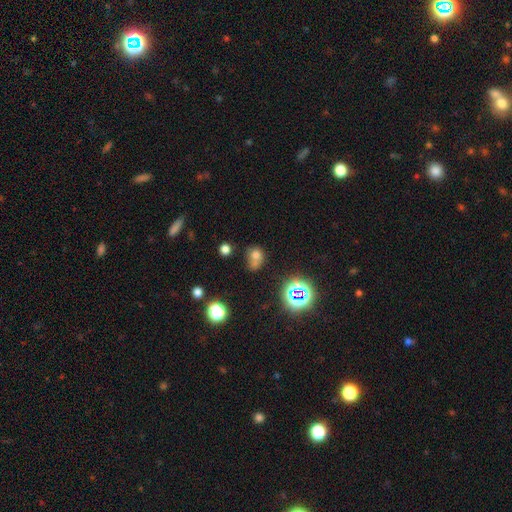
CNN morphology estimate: type=smooth (63%); roundness=round (58%); merging=none (36%).